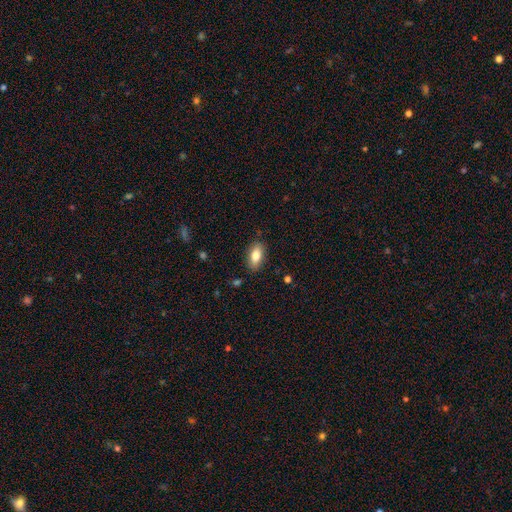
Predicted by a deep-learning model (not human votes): Smooth or featured?
  - smooth: 80% *
  - featured or disk: 13%
  - star or artifact: 7%
How rounded?
  - in between: 88% *
  - cigar-shaped: 8%
  - round: 4%
Merging?
  - none: 87% *
  - minor disturbance: 10%
  - major disturbance: 2%
  - merger: 1%